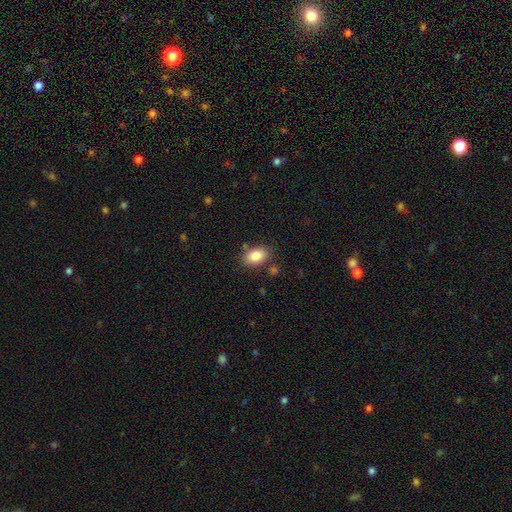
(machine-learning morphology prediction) This is clearly a smooth galaxy (86%). How rounded: clearly in between (88%). Merging: likely none (79%).